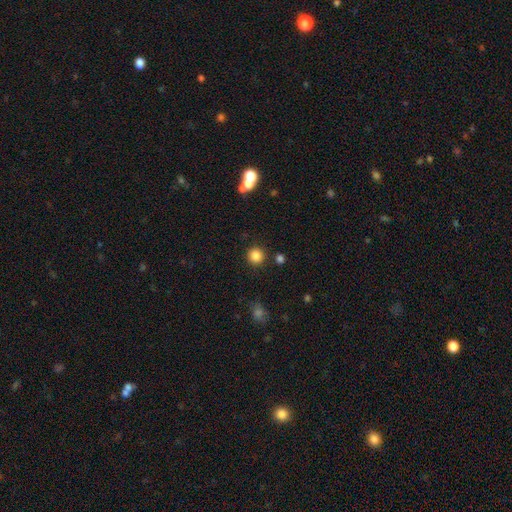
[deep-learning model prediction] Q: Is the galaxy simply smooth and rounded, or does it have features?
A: smooth — 84%.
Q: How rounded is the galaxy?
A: round — 94%.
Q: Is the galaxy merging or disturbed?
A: none — 88%.